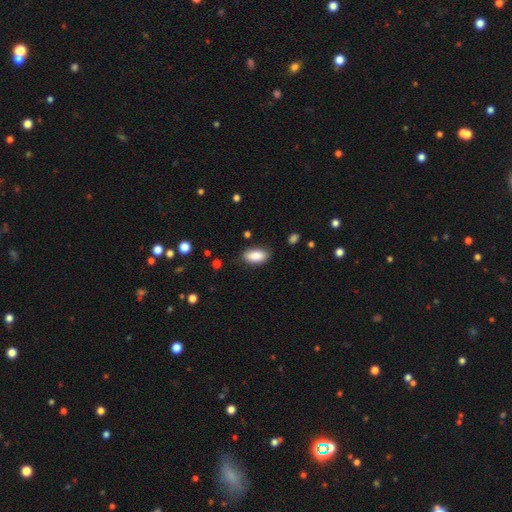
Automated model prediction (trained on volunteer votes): smooth-or-featured: smooth: 87% | star or artifact: 7% | featured or disk: 6%
  how-rounded: in between: 93% | cigar-shaped: 4% | round: 3%
  merging: none: 82% | minor disturbance: 14% | major disturbance: 3% | merger: 1%